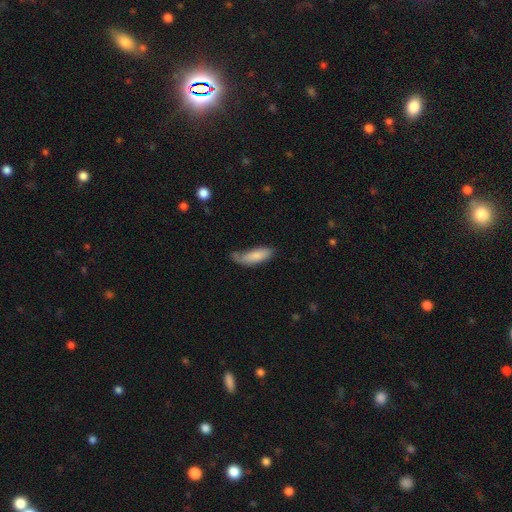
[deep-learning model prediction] A smooth galaxy with no disk features (80%) that is in between round and cigar-shaped (59%).

Vote fractions:
- Smooth or featured? smooth: 80% / featured or disk: 14% / star or artifact: 6%
- How rounded? in between: 59% / cigar-shaped: 39% / round: 2%
- Merging? none: 46% / minor disturbance: 34% / major disturbance: 14% / merger: 6%